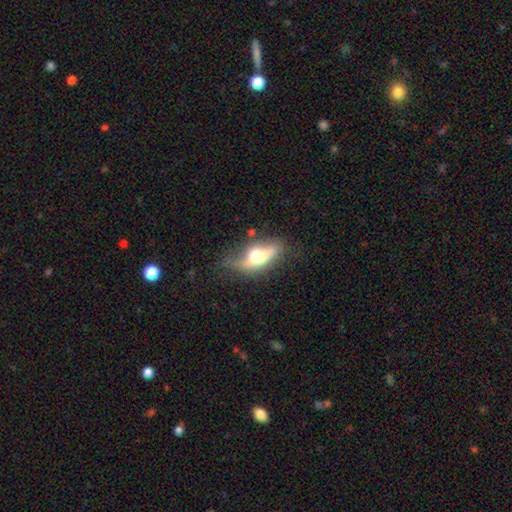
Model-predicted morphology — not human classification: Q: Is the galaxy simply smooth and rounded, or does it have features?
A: featured or disk — 49%.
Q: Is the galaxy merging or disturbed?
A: none — 35%.